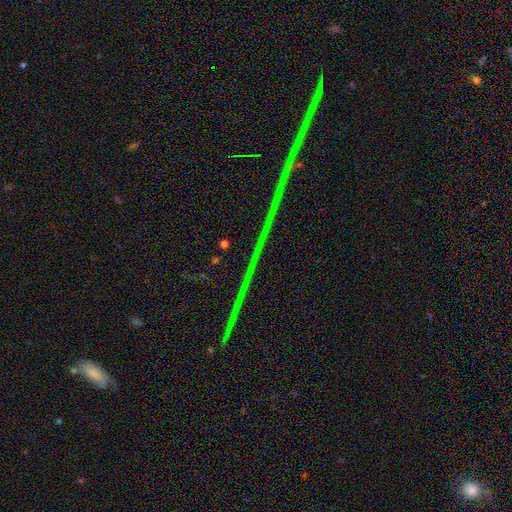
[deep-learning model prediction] Smooth or featured: star or artifact — 87% (featured or disk — 7%)